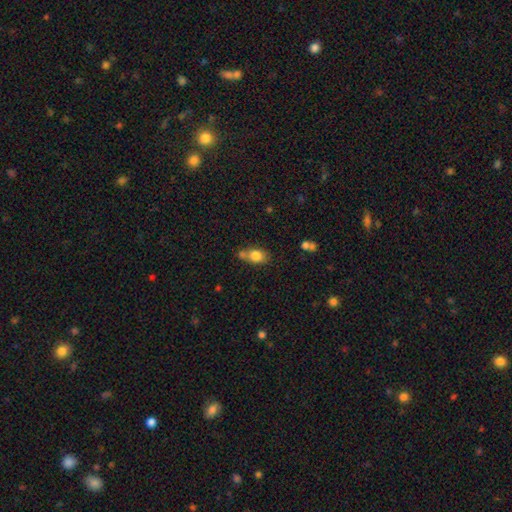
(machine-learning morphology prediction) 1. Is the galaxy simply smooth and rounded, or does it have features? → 81% smooth, 10% featured or disk, 9% star or artifact.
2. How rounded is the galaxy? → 66% in between, 32% round, 2% cigar-shaped.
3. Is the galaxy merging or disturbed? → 47% none, 31% merger, 17% minor disturbance, 5% major disturbance.